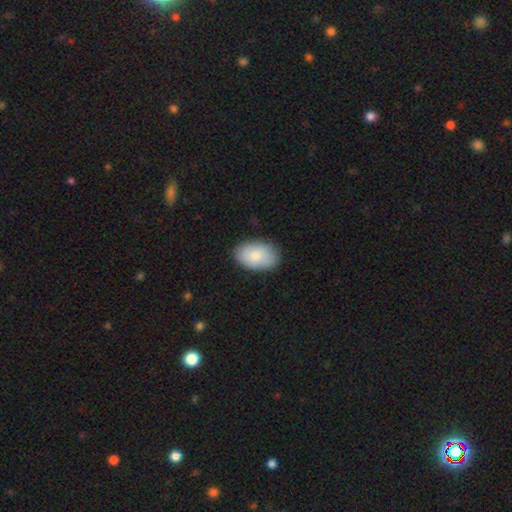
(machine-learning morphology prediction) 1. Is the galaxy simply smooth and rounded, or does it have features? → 81% smooth, 13% featured or disk, 6% star or artifact.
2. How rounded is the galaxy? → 91% in between, 7% round, 1% cigar-shaped.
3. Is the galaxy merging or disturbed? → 83% none, 13% minor disturbance, 3% major disturbance, 1% merger.